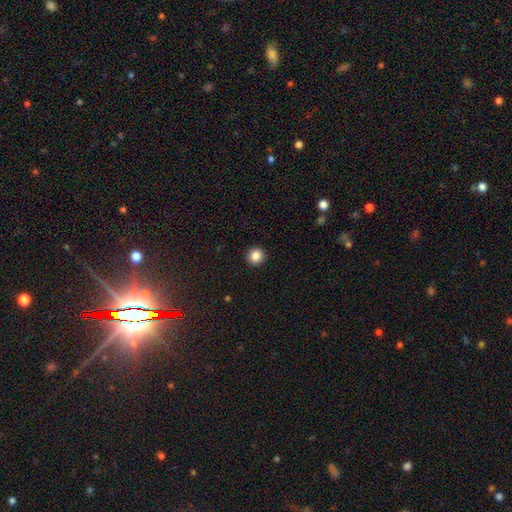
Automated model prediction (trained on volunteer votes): This appears to be a smooth galaxy with no disk features (85%) that is round (91%). Merging: none (93%).